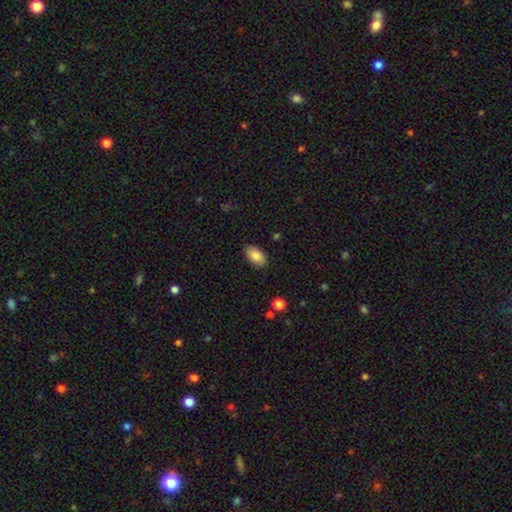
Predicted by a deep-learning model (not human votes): Smooth or featured?
  - smooth: 86% *
  - featured or disk: 7%
  - star or artifact: 7%
How rounded?
  - in between: 93% *
  - round: 5%
  - cigar-shaped: 2%
Merging?
  - none: 86% *
  - minor disturbance: 11%
  - major disturbance: 2%
  - merger: 1%